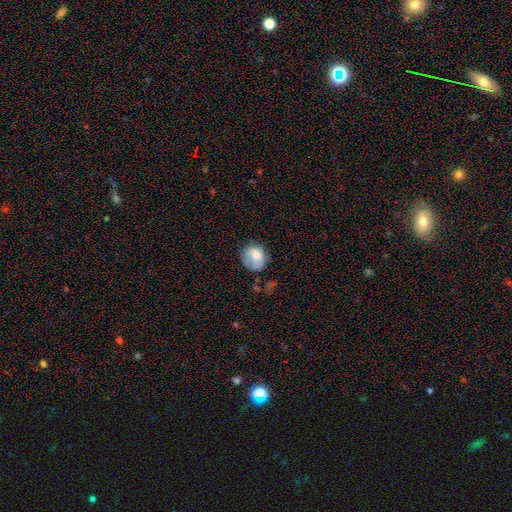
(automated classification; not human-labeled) A smooth galaxy with no disk features (72%) that is round (70%).

Vote fractions:
- Smooth or featured? smooth: 72% / featured or disk: 19% / star or artifact: 8%
- How rounded? round: 70% / in between: 29% / cigar-shaped: 1%
- Merging? none: 56% / minor disturbance: 28% / major disturbance: 13% / merger: 4%